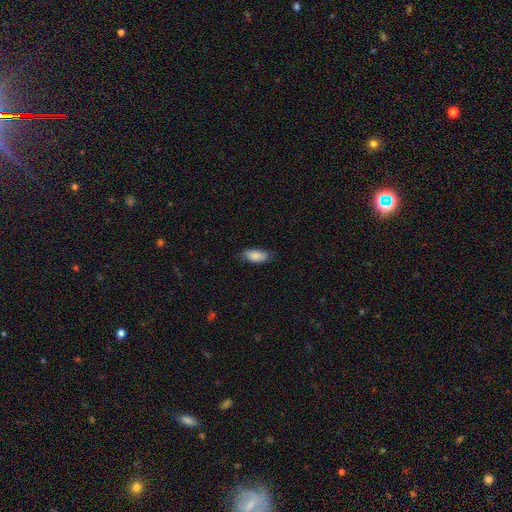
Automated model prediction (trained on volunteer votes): Morphology: type=smooth (86%); roundness=in between (90%); merging=none (77%).